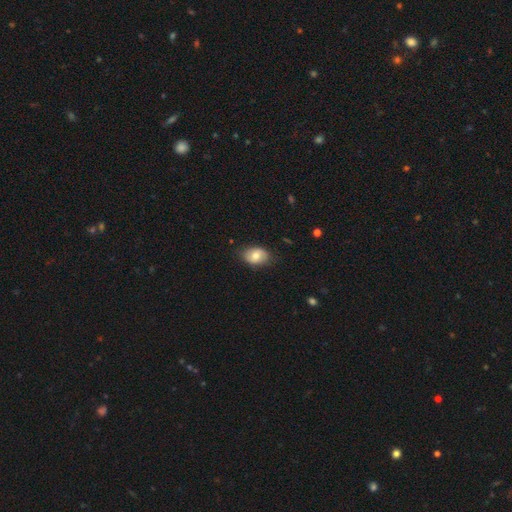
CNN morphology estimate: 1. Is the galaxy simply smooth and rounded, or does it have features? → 73% smooth, 20% featured or disk, 7% star or artifact.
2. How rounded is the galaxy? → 80% in between, 19% round, 1% cigar-shaped.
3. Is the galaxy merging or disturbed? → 80% none, 16% minor disturbance, 3% major disturbance, 1% merger.